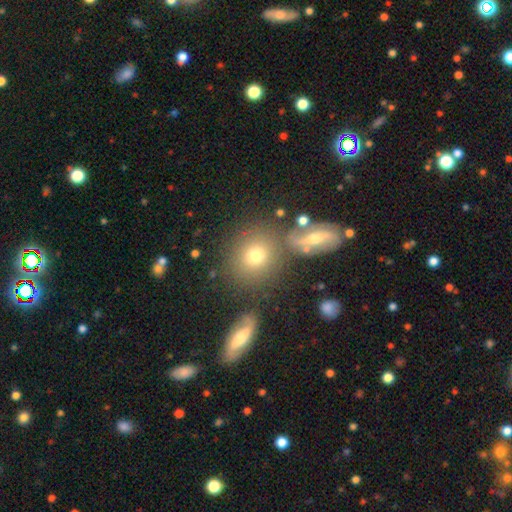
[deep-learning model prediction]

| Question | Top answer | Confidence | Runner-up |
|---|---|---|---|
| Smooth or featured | smooth | 72% | featured or disk (16%) |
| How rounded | round | 76% | in between (22%) |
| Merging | none | 67% | merger (16%) |